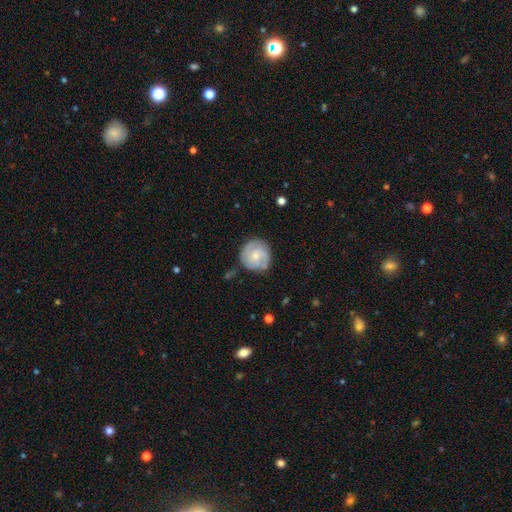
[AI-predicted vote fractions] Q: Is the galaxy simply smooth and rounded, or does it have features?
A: featured or disk — 65%.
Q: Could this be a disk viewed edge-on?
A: no — 98%.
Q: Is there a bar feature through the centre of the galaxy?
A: no — 63%.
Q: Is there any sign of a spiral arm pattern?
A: yes — 91%.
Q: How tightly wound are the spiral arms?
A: tight — 52%.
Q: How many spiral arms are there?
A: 2 — 42%.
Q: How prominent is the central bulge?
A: small — 54%.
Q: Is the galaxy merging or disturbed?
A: none — 74%.